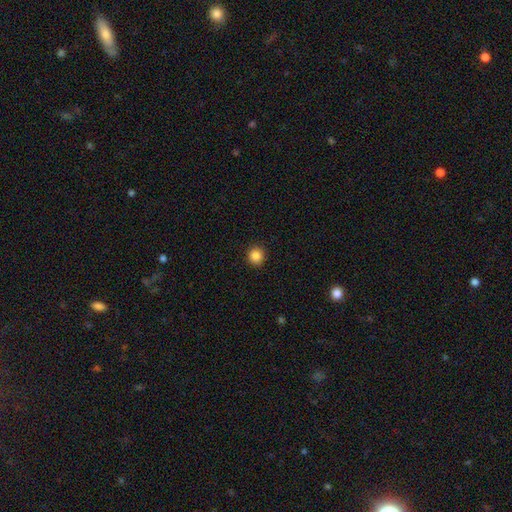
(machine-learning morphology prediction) Smooth or featured? Predicted: smooth (p=0.86). How rounded? Predicted: round (p=0.93). Merging? Predicted: none (p=0.92).